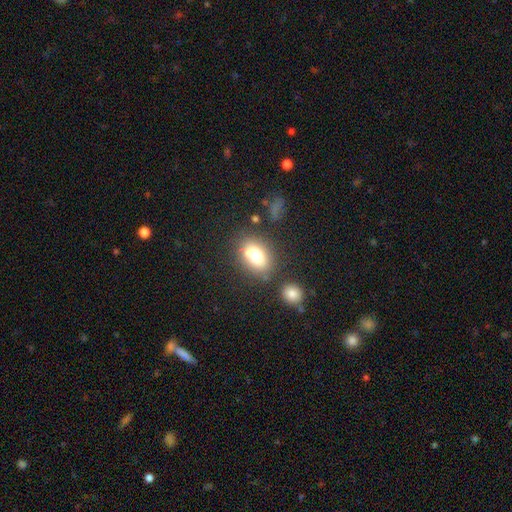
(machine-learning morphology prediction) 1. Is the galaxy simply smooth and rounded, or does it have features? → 71% smooth, 17% featured or disk, 11% star or artifact.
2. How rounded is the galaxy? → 67% in between, 31% round, 2% cigar-shaped.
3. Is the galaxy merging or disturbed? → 63% none, 16% merger, 15% minor disturbance, 6% major disturbance.